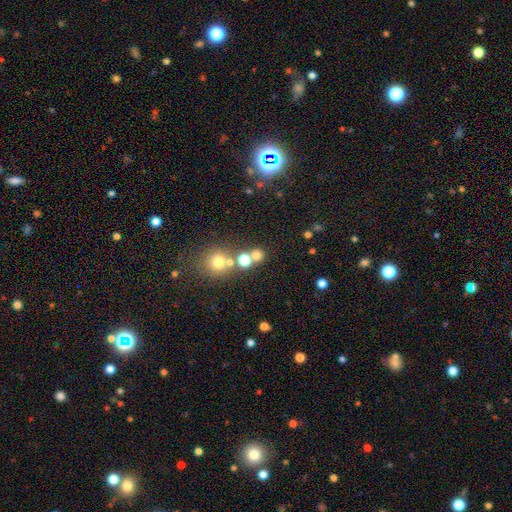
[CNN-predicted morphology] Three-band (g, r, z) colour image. It shows a smooth galaxy with no disk features (68%) that is round (88%). Merging: none (65%).